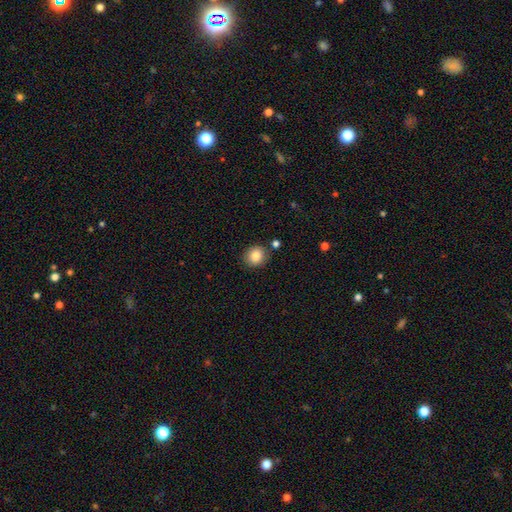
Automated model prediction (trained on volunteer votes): Smooth or featured: smooth — 84% (star or artifact — 9%)
How rounded: round — 81% (in between — 18%)
Merging: none — 84% (minor disturbance — 10%)